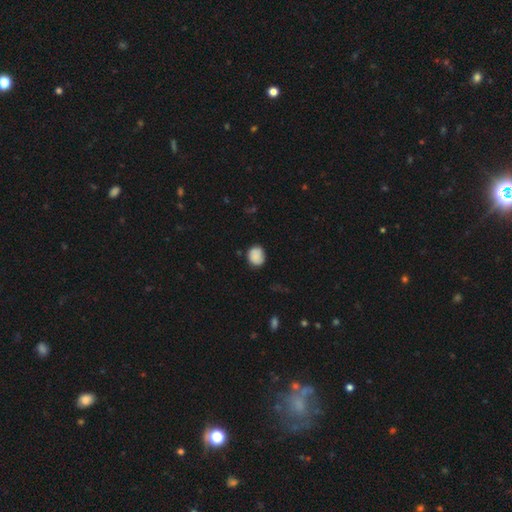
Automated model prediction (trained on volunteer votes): Q: Smooth or featured?
A: smooth (82%); runner-up: featured or disk (9%)
Q: How rounded?
A: round (67%); runner-up: in between (32%)
Q: Merging?
A: none (73%); runner-up: minor disturbance (21%)